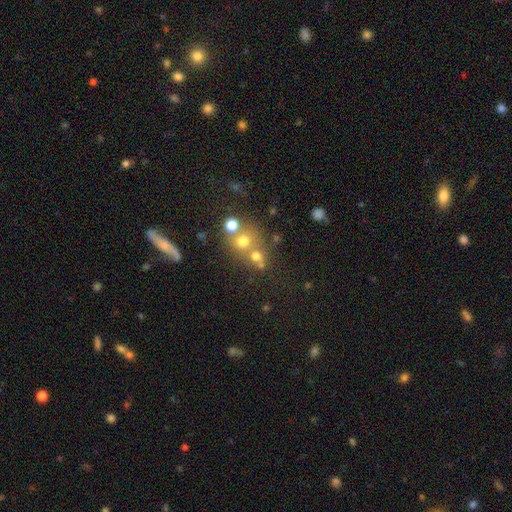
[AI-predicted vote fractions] smooth-or-featured: smooth: 46% | star or artifact: 33% | featured or disk: 20%
  merging: none: 46% | merger: 41% | minor disturbance: 8% | major disturbance: 5%